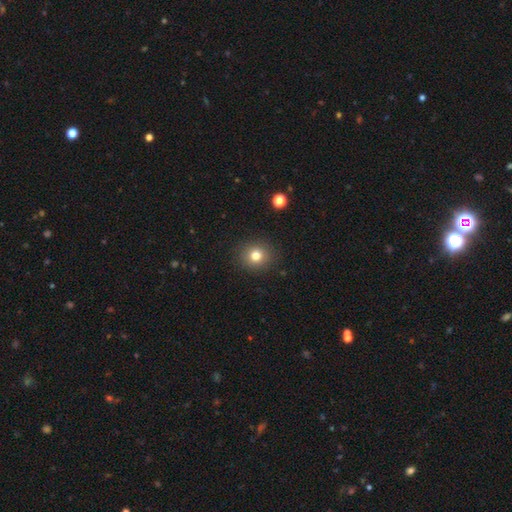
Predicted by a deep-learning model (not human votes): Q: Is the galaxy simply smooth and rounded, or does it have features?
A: smooth — 79%.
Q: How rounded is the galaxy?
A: round — 84%.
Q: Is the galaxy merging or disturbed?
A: none — 89%.